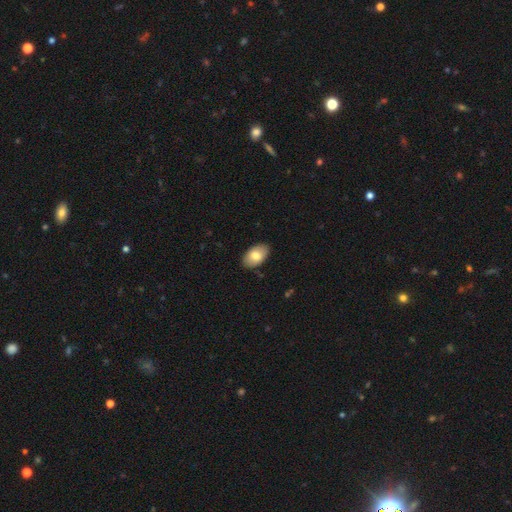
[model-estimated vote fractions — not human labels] Smooth or featured: smooth — 79% (featured or disk — 15%)
How rounded: in between — 93% (round — 5%)
Merging: none — 87% (minor disturbance — 10%)